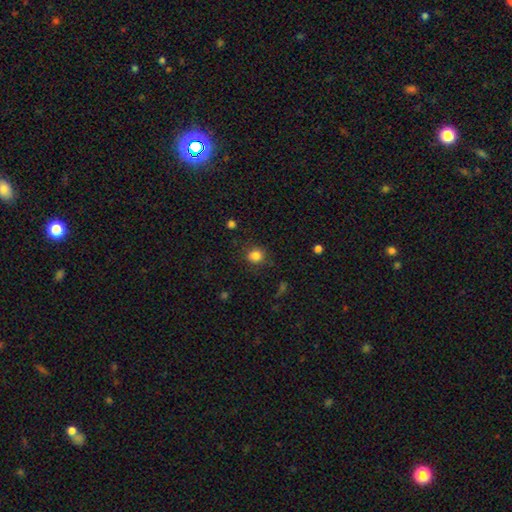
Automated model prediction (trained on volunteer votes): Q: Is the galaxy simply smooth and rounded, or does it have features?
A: smooth — 83%.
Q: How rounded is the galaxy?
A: round — 83%.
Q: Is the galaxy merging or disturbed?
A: none — 82%.